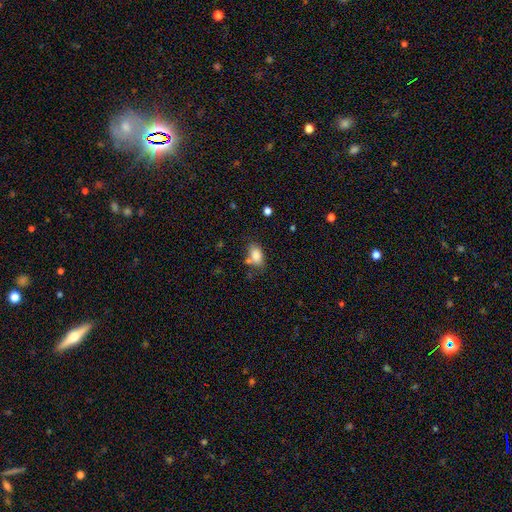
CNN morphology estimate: Smooth or featured?
  - smooth: 84% *
  - star or artifact: 9%
  - featured or disk: 8%
How rounded?
  - in between: 86% *
  - round: 12%
  - cigar-shaped: 2%
Merging?
  - none: 58% *
  - minor disturbance: 21%
  - merger: 14%
  - major disturbance: 7%